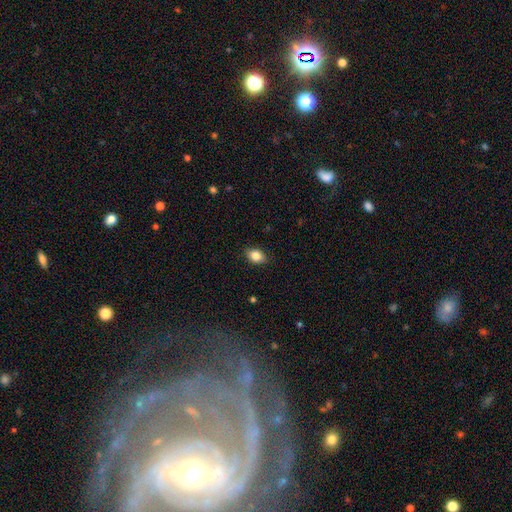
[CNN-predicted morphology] This is clearly a smooth galaxy (85%). How rounded: likely in between (74%). Merging: clearly none (87%).